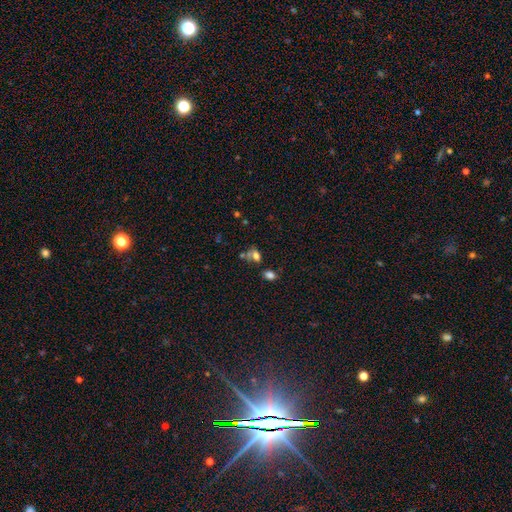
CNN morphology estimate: Overall: smooth (69%). How rounded: in between (73%). Merging: none (44%; merger 32%).